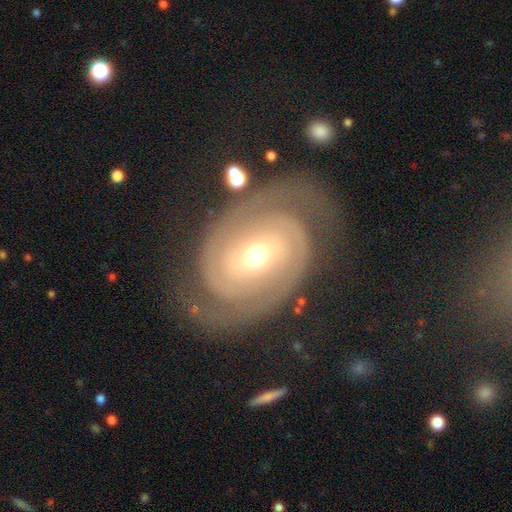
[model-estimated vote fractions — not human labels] The model was most divided on "bar": no: 50%, weak: 31%, strong: 19%. More confident: spiral arms — yes (98%); edge-on disk — no (98%); spiral arm count — 2 (92%); smooth or featured — featured or disk (91%); merging — none (79%); spiral winding — tight (68%); bulge size — moderate (60%).